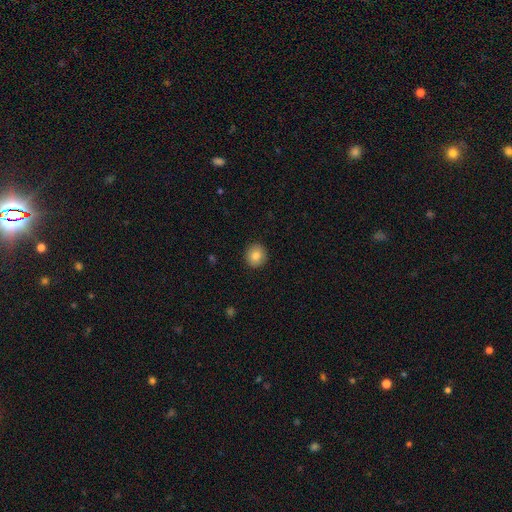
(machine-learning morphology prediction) A smooth galaxy with no disk features (84%) that is round (88%).

Vote fractions:
- Smooth or featured? smooth: 84% / star or artifact: 9% / featured or disk: 7%
- How rounded? round: 88% / in between: 11% / cigar-shaped: 1%
- Merging? none: 92% / minor disturbance: 6% / major disturbance: 2% / merger: 1%